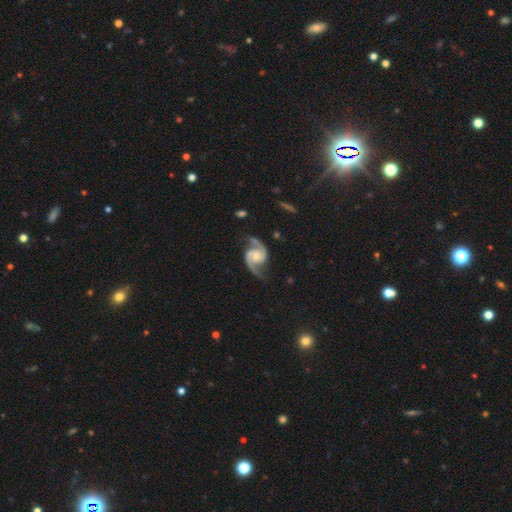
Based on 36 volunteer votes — Smooth or featured? featured or disk (94%)
Edge-on disk? no (97%)
Bar? no (67%)
Spiral arms? yes (100%)
Spiral winding? medium (42%)
Spiral arm count? 2 (100%)
Bulge size? moderate (45%, tied with small)
Merging? none (91%)